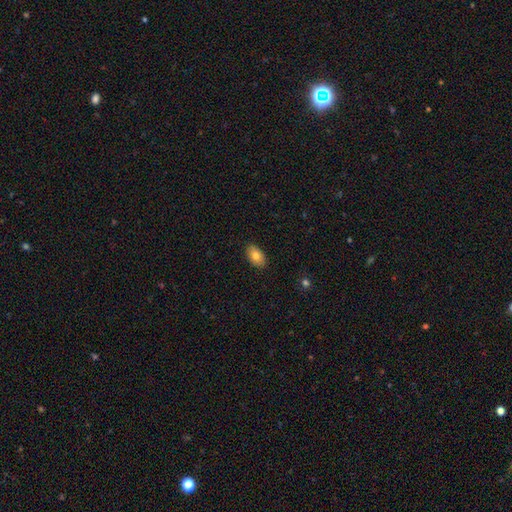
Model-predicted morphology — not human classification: Overall: smooth (79%). How rounded: in between (92%). Merging: none (88%).